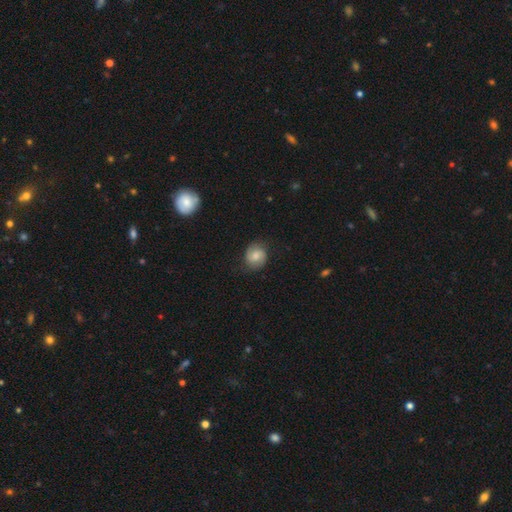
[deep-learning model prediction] Morphology: type=smooth (52%); roundness=round (68%); merging=none (77%).